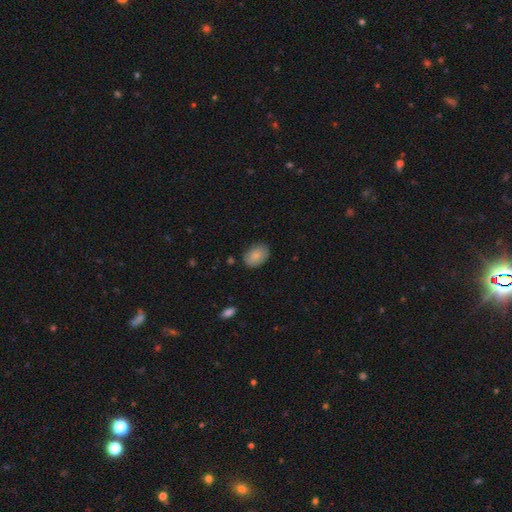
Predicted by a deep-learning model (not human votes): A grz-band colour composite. It shows a smooth galaxy with no disk features (84%) that is in between round and cigar-shaped (80%). Merging: none (79%).